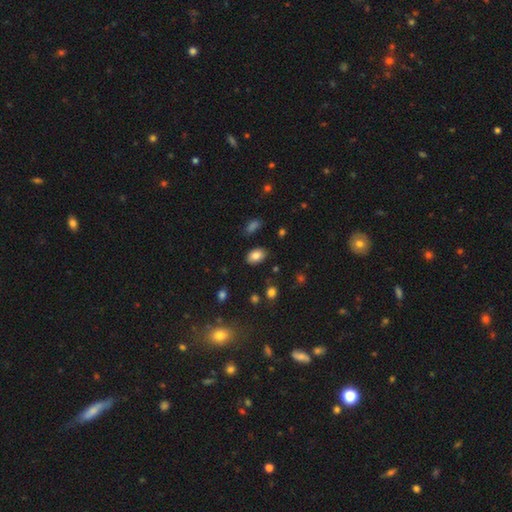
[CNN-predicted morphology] Smooth or featured?
  - smooth: 82% *
  - star or artifact: 9%
  - featured or disk: 9%
How rounded?
  - in between: 87% *
  - round: 12%
  - cigar-shaped: 1%
Merging?
  - none: 83% *
  - minor disturbance: 12%
  - major disturbance: 3%
  - merger: 2%